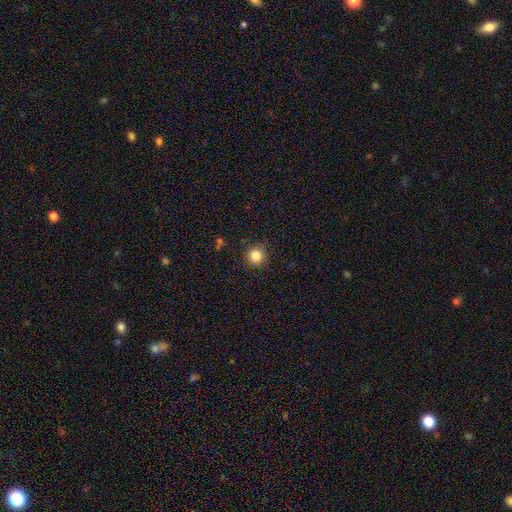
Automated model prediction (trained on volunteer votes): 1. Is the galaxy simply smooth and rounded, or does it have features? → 83% smooth, 12% star or artifact, 5% featured or disk.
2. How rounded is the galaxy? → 94% round, 5% in between, 1% cigar-shaped.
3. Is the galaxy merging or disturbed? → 89% none, 8% minor disturbance, 2% major disturbance, 1% merger.